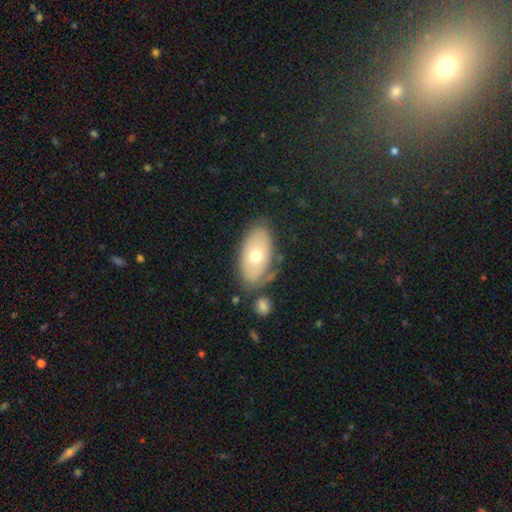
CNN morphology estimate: Smooth or featured?
  - smooth: 62% *
  - featured or disk: 31%
  - star or artifact: 7%
How rounded?
  - in between: 92% *
  - round: 7%
  - cigar-shaped: 2%
Merging?
  - none: 70% *
  - minor disturbance: 17%
  - merger: 7%
  - major disturbance: 6%